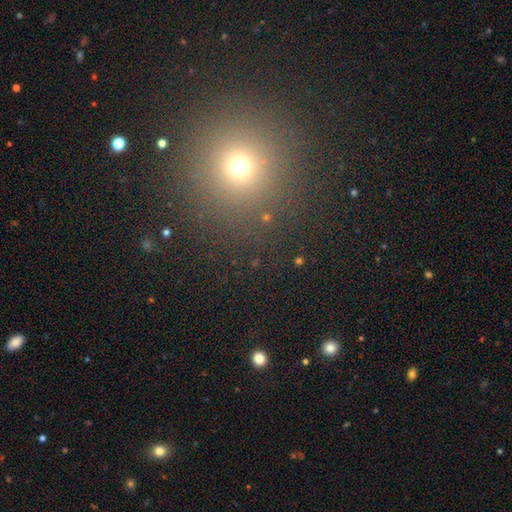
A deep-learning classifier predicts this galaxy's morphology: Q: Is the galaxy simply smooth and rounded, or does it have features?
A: smooth — 56%.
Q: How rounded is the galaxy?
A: round — 94%.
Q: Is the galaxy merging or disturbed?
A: none — 91%.